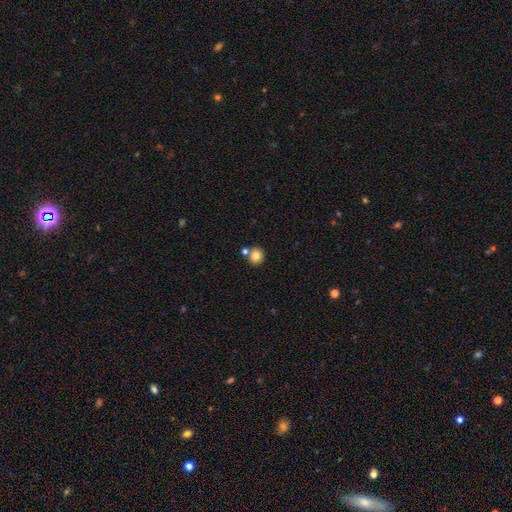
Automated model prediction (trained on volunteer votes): Smooth or featured: smooth — 81% (star or artifact — 11%)
How rounded: round — 82% (in between — 17%)
Merging: none — 68% (merger — 21%)